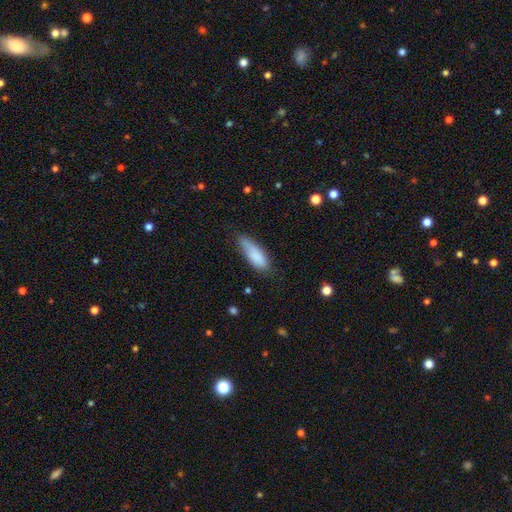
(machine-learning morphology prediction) A smooth galaxy with no disk features (83%) that is in between round and cigar-shaped (58%). Merging: none (59%).